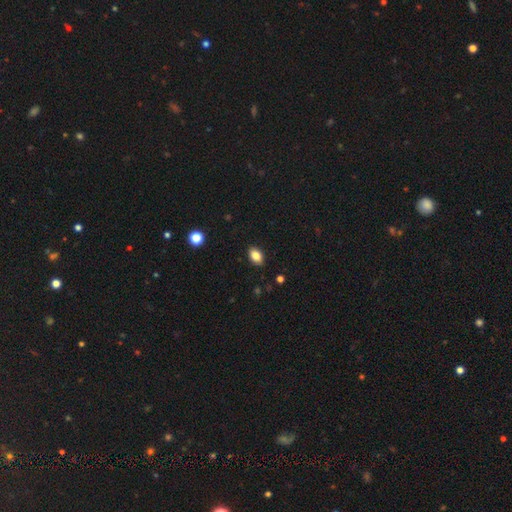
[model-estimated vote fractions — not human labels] A smooth galaxy with no disk features (84%) that is in between round and cigar-shaped (87%).

Vote fractions:
- Smooth or featured? smooth: 84% / star or artifact: 9% / featured or disk: 7%
- How rounded? in between: 87% / round: 12% / cigar-shaped: 1%
- Merging? none: 89% / minor disturbance: 8% / major disturbance: 2% / merger: 1%